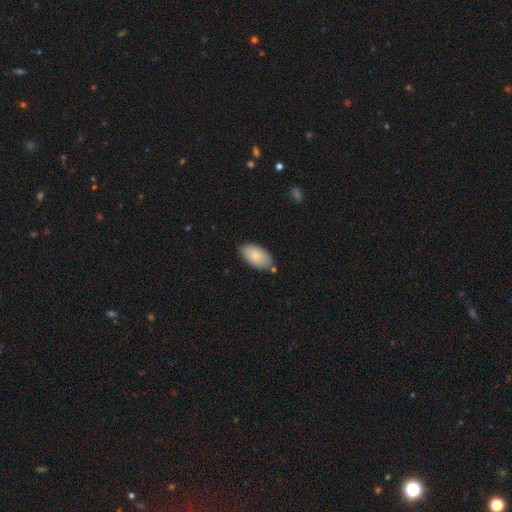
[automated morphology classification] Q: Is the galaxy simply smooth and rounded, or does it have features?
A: smooth — 83%.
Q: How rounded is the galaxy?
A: in between — 95%.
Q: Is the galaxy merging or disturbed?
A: none — 78%.